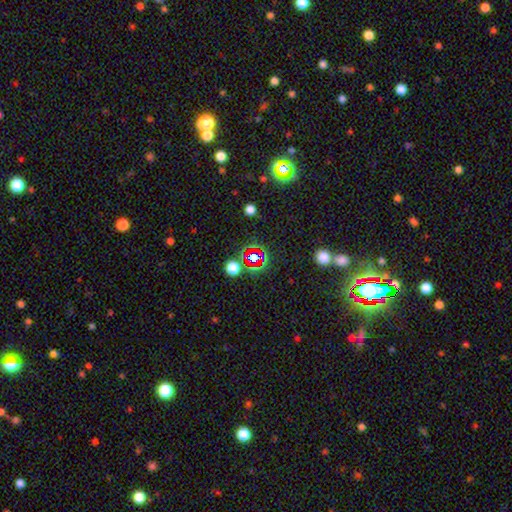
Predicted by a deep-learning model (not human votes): Smooth or featured? Predicted: star or artifact (p=0.65).